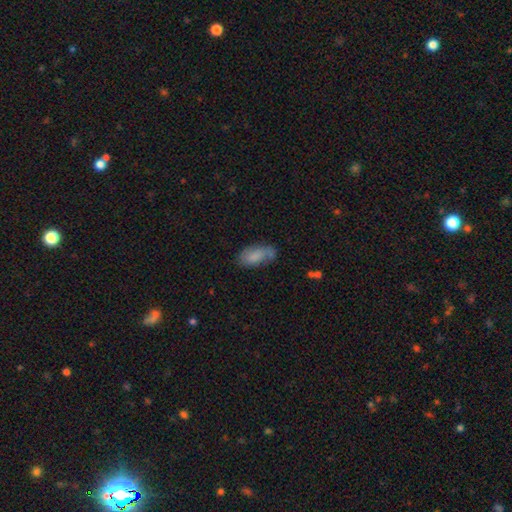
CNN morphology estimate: Smooth or featured?
  - smooth: 73% *
  - featured or disk: 19%
  - star or artifact: 8%
How rounded?
  - in between: 89% *
  - cigar-shaped: 8%
  - round: 3%
Merging?
  - none: 58% *
  - minor disturbance: 27%
  - major disturbance: 9%
  - merger: 6%